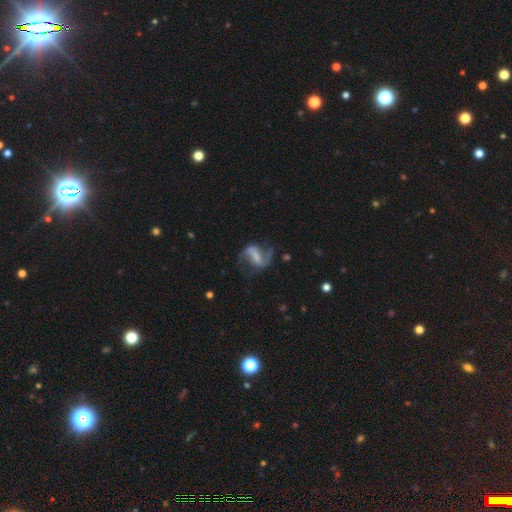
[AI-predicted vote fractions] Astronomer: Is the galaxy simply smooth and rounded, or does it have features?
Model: featured or disk — 81%.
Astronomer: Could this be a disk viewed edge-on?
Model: no — 97%.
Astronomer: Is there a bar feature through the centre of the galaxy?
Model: strong — 50% (runner-up: weak, 36%).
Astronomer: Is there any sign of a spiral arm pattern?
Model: yes — 93%.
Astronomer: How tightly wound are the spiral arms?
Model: loose — 56% (runner-up: medium, 36%).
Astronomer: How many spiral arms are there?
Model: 2 — 89%.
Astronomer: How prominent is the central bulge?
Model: none — 36% (runner-up: small, 31%).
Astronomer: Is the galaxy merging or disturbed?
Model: none — 64%.